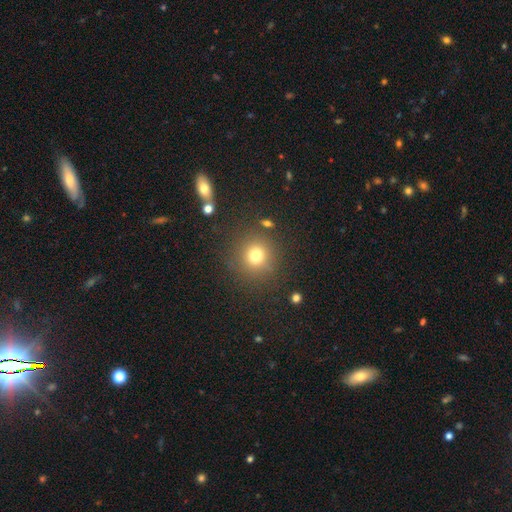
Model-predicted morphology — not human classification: Q: Smooth or featured?
A: smooth (75%); runner-up: star or artifact (17%)
Q: How rounded?
A: round (92%); runner-up: in between (7%)
Q: Merging?
A: none (85%); runner-up: minor disturbance (8%)